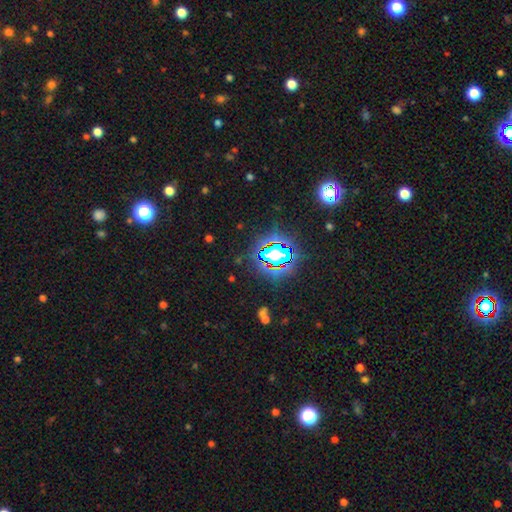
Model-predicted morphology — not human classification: Smooth or featured?
  - star or artifact: 81% *
  - smooth: 12%
  - featured or disk: 7%